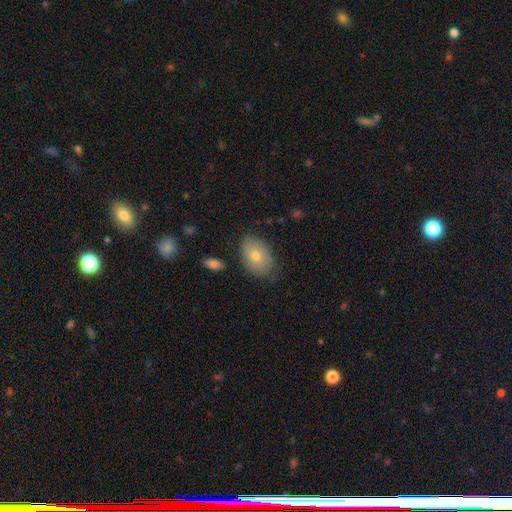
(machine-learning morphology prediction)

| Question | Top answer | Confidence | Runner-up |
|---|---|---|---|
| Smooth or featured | smooth | 72% | featured or disk (20%) |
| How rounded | in between | 87% | round (12%) |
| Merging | none | 78% | minor disturbance (17%) |